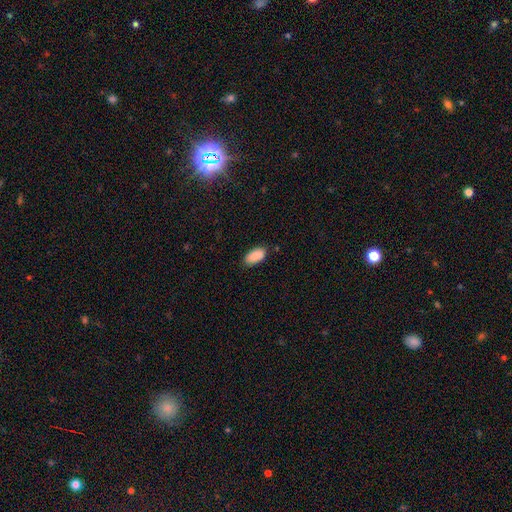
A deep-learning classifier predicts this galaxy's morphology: smooth-or-featured: smooth: 90% | star or artifact: 7% | featured or disk: 3%
  how-rounded: in between: 93% | cigar-shaped: 5% | round: 2%
  merging: none: 81% | minor disturbance: 15% | major disturbance: 3% | merger: 1%